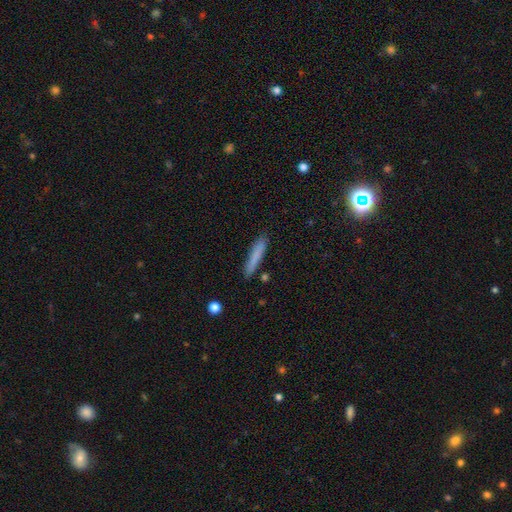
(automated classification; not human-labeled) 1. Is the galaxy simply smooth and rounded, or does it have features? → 79% smooth, 14% featured or disk, 7% star or artifact.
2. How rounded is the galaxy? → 93% cigar-shaped, 6% in between, 1% round.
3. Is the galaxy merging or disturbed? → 85% none, 11% minor disturbance, 2% major disturbance, 2% merger.